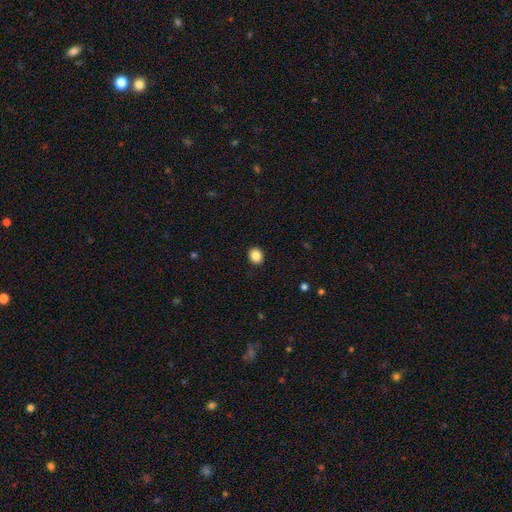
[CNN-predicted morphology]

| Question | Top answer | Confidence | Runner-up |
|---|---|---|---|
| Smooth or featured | smooth | 86% | star or artifact (10%) |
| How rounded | round | 70% | in between (29%) |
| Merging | none | 92% | minor disturbance (6%) |